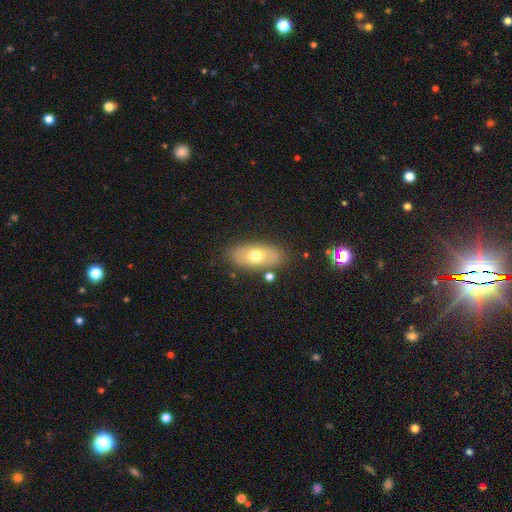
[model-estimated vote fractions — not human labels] Smooth or featured? smooth (60%)
How rounded? in between (88%)
Merging? none (80%)